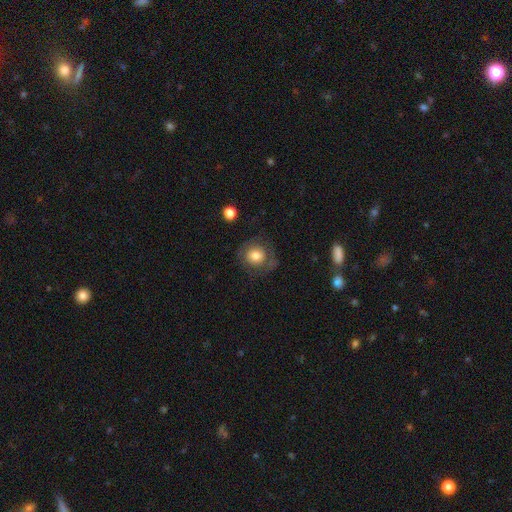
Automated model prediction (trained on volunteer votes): Smooth or featured? Predicted: smooth (p=0.63). How rounded? Predicted: round (p=0.84). Merging? Predicted: none (p=0.67).